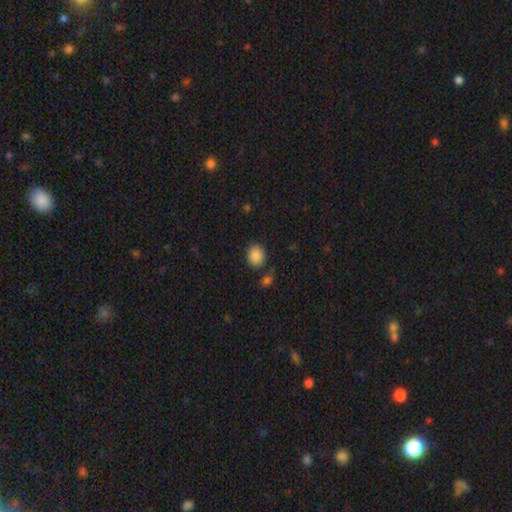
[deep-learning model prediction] smooth 88%, star or artifact 9%, featured or disk 4%. Down the decision tree: how rounded — round (66%); merging — none (80%).